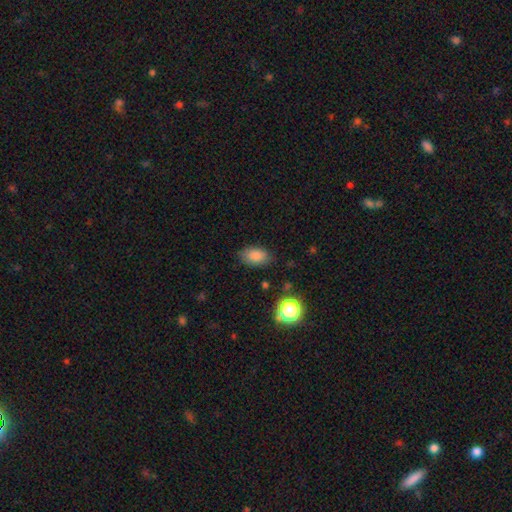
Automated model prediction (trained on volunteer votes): Smooth or featured? Predicted: smooth (p=0.84). How rounded? Predicted: in between (p=0.88). Merging? Predicted: none (p=0.80).